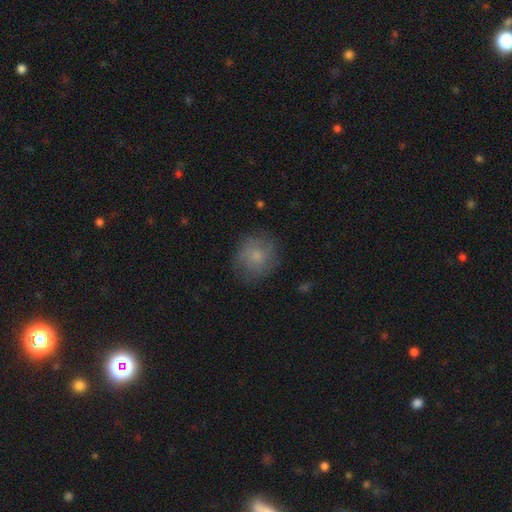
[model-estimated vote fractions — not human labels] smooth 69%, featured or disk 22%, star or artifact 9%. Down the decision tree: how rounded — round (86%); merging — none (76%).